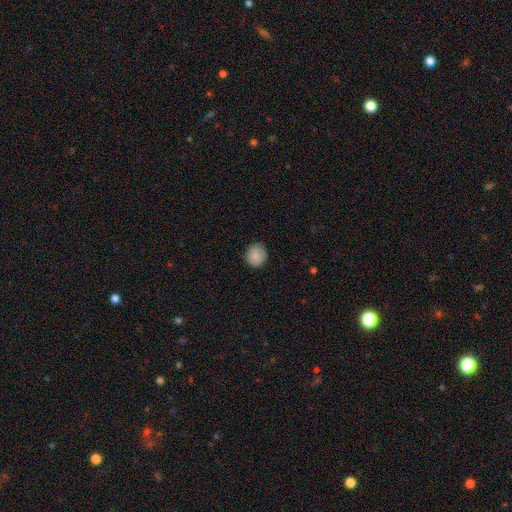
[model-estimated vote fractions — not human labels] A smooth galaxy with no disk features (86%) that is round (85%). Merging: none (86%).